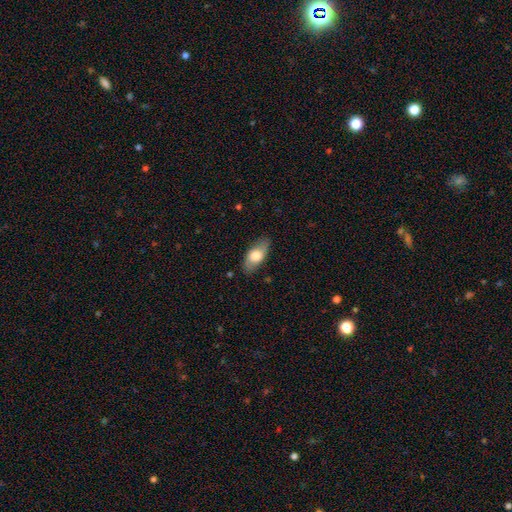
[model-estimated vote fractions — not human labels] This is likely a smooth galaxy (67%). How rounded: clearly in between (87%). Merging: clearly none (83%).